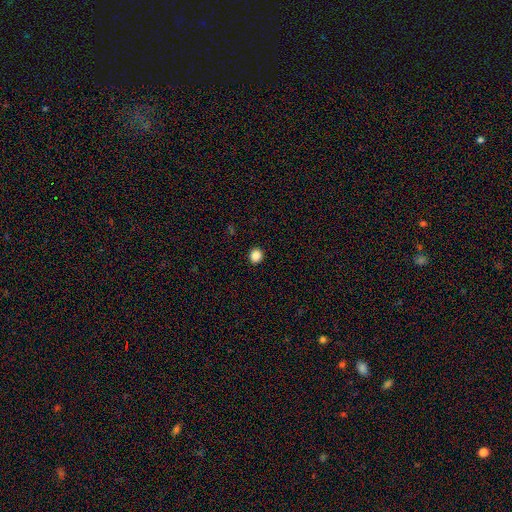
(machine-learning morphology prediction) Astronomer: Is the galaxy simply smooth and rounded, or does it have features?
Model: smooth — 86%.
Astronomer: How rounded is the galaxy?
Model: round — 86%.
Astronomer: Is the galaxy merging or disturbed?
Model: none — 93%.